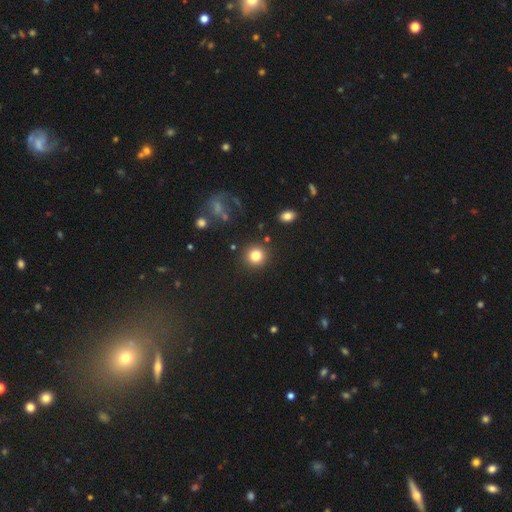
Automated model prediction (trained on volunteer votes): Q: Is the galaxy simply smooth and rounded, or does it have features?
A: smooth — 82%.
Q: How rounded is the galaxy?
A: round — 92%.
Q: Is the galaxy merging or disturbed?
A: none — 89%.